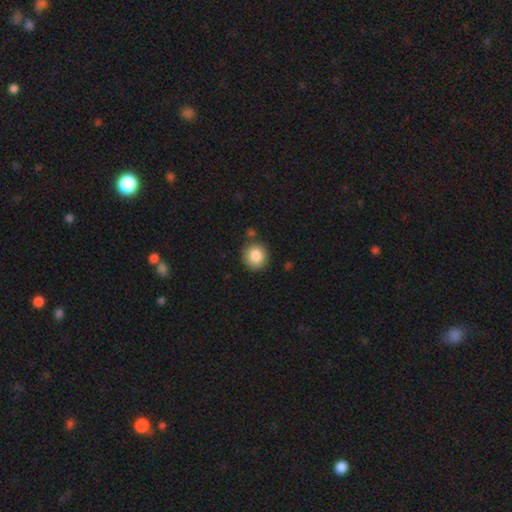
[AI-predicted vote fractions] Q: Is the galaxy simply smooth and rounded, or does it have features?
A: smooth — 86%.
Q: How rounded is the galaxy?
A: round — 88%.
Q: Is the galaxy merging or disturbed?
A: none — 82%.